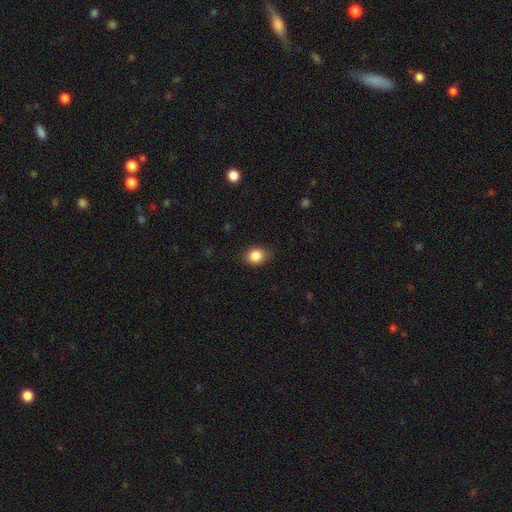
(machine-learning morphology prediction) This is clearly a smooth galaxy (87%). How rounded: possibly in between (51%). Merging: clearly none (85%).